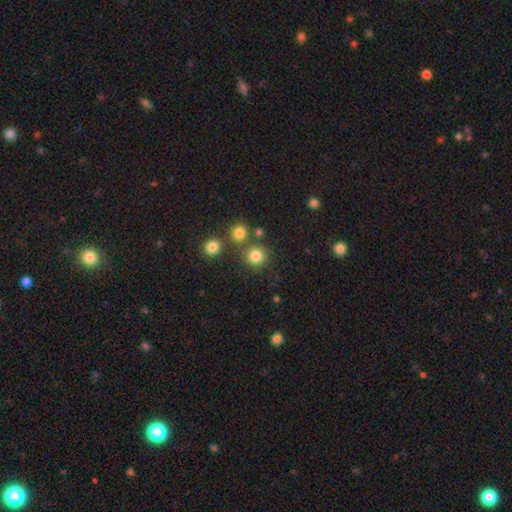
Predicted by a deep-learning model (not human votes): Q: Smooth or featured?
A: smooth (81%); runner-up: star or artifact (14%)
Q: How rounded?
A: round (91%); runner-up: in between (8%)
Q: Merging?
A: none (76%); runner-up: merger (13%)